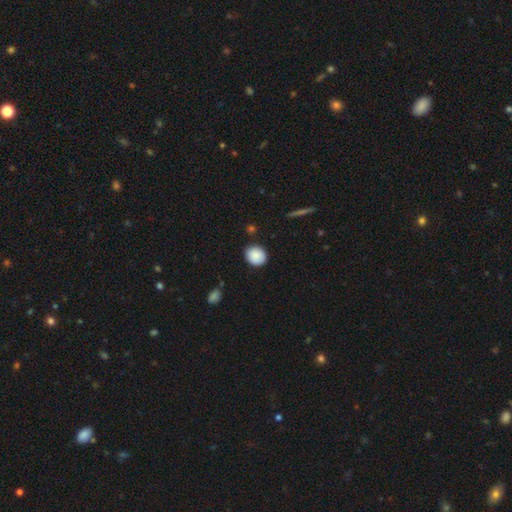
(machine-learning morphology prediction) type=smooth (88%); roundness=round (75%); merging=none (87%).